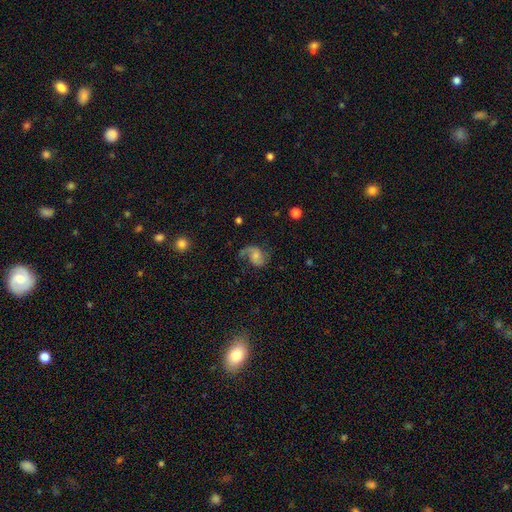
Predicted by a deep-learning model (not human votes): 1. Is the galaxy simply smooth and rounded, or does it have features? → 70% featured or disk, 21% smooth, 9% star or artifact.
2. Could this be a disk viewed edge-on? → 98% no, 2% yes.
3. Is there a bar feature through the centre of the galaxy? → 58% no, 35% weak, 7% strong.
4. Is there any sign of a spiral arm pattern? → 93% yes, 7% no.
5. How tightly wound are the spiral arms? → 54% loose, 37% medium, 10% tight.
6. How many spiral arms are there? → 67% 2, 27% 1, 4% can't tell, 1% 3, 1% 4, 1% more than 4.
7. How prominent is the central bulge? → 44% small, 33% moderate, 16% none, 6% large, 2% dominant.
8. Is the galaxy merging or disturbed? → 52% none, 23% major disturbance, 22% minor disturbance, 3% merger.